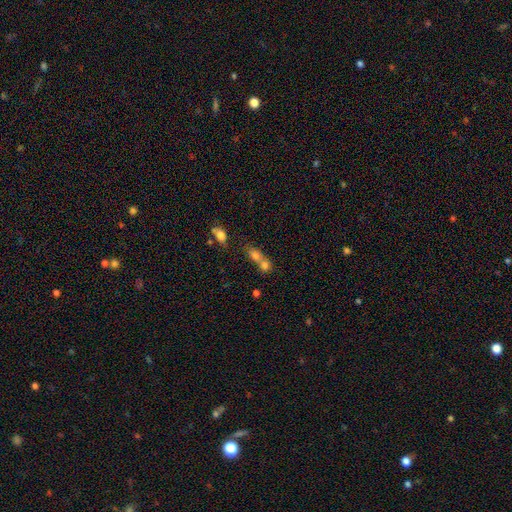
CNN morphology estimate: Smooth or featured? Predicted: smooth (p=0.74). How rounded? Predicted: in between (p=0.57). Merging? Predicted: merger (p=0.68).